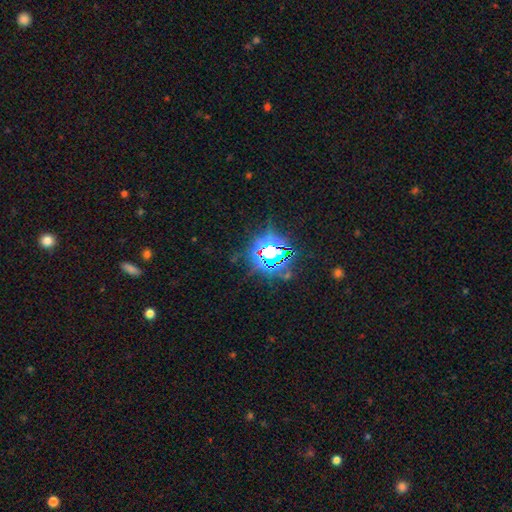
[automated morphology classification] type=star or artifact (83%).